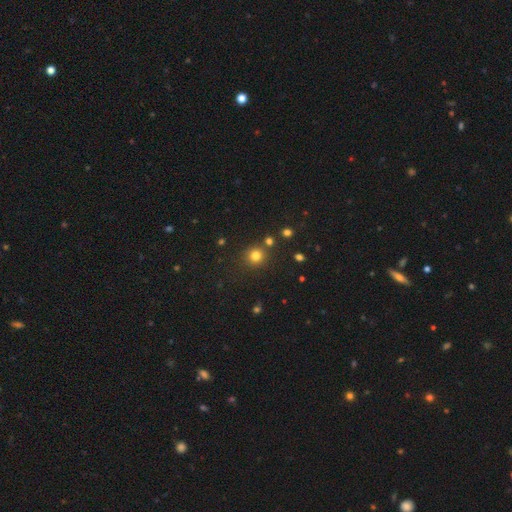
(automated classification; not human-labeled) This appears to be a smooth galaxy with no disk features (79%) that is round (91%). Merging: none (82%).